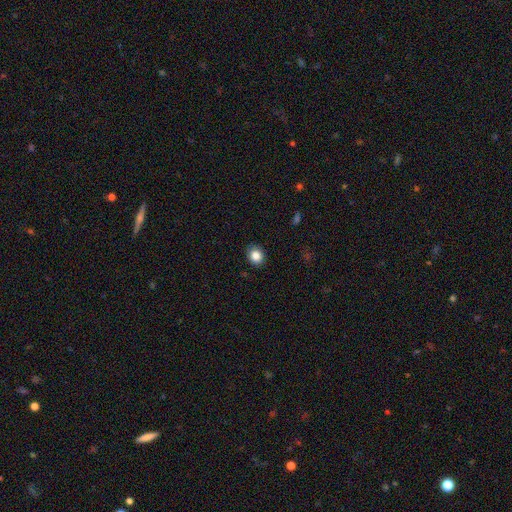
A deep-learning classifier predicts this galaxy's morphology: This appears to be a smooth galaxy with no disk features (85%) that is round (60%). Merging: none (89%).